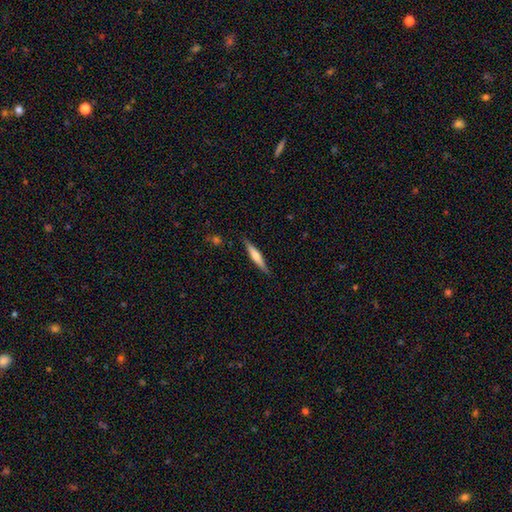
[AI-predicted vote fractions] Smooth or featured?
  - smooth: 48% *
  - featured or disk: 46%
  - star or artifact: 6%
Merging?
  - none: 88% *
  - minor disturbance: 9%
  - major disturbance: 2%
  - merger: 1%